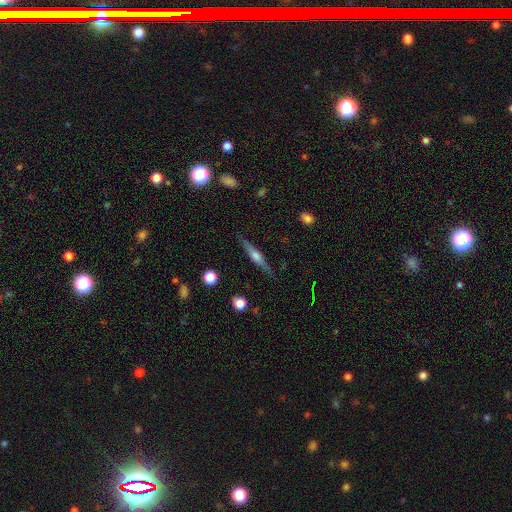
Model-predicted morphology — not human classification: Overall: featured or disk (68%). Edge-on disk: yes (97%). Edge-on bulge: rounded (81%). Merging: none (87%).